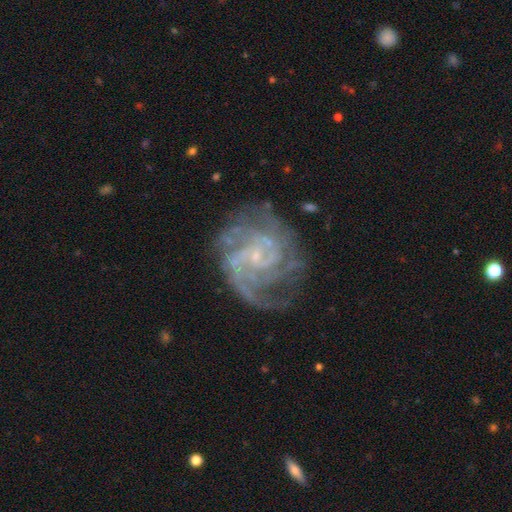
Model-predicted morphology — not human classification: smooth_or_featured: featured or disk (p=0.89) [alt: star or artifact p=0.06]
disk_edge_on: no (p=0.98) [alt: yes p=0.02]
bar: no (p=0.57) [alt: weak p=0.36]
has_spiral_arms: yes (p=0.97) [alt: no p=0.03]
spiral_winding: tight (p=0.51) [alt: medium p=0.41]
spiral_arm_count: 3 (p=0.25) [alt: can't tell p=0.22]
bulge_size: small (p=0.80) [alt: none p=0.10]
merging: none (p=0.67) [alt: minor disturbance p=0.18]